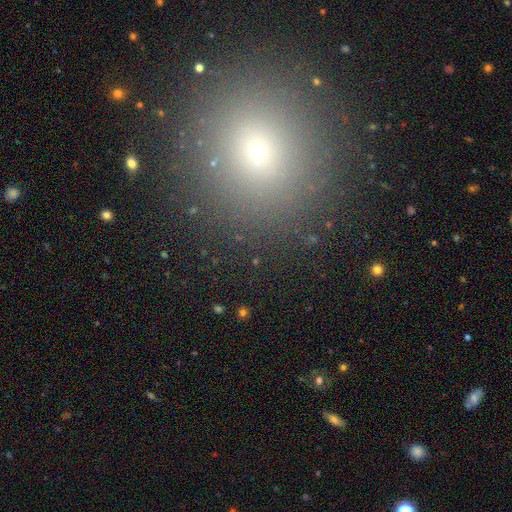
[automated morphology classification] smooth 66%, star or artifact 26%, featured or disk 9%. Down the decision tree: how rounded — round (89%); merging — none (90%).